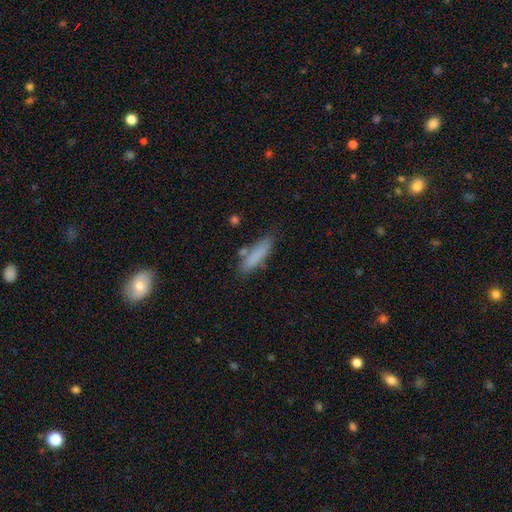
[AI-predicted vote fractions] Overall: smooth (81%). How rounded: cigar-shaped (70%). Merging: none (74%).